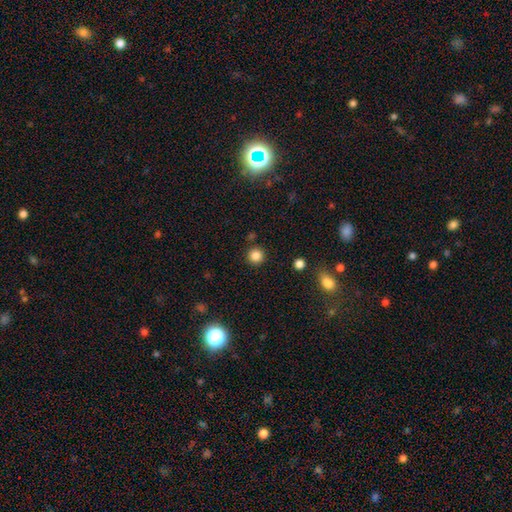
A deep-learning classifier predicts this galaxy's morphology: Smooth or featured? smooth (85%)
How rounded? round (95%)
Merging? none (89%)